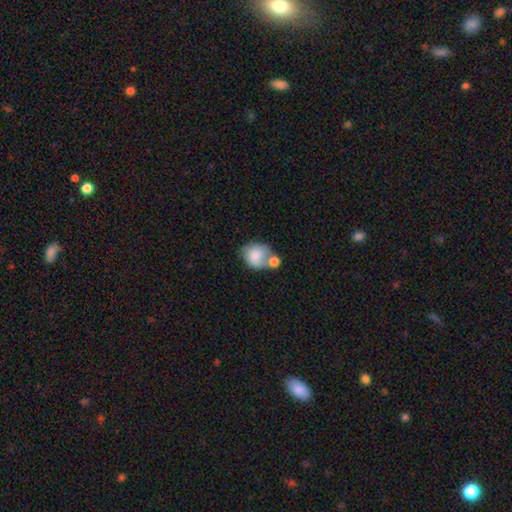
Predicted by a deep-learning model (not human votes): Smooth or featured: smooth — 77% (featured or disk — 15%)
How rounded: round — 60% (in between — 39%)
Merging: merger — 42% (none — 34%)